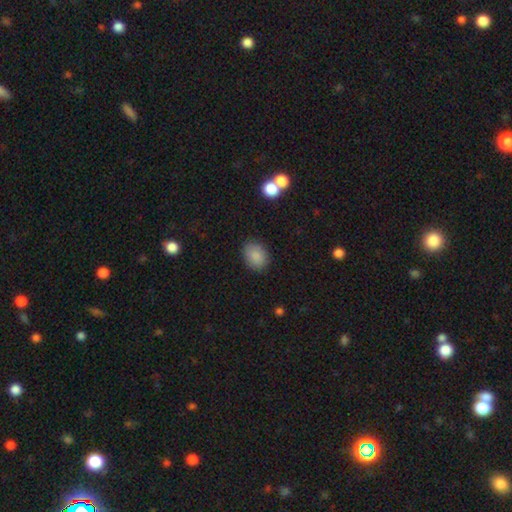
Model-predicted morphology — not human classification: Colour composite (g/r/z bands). It shows a smooth galaxy with no disk features (86%) that is in between round and cigar-shaped (63%). Merging: none (84%).